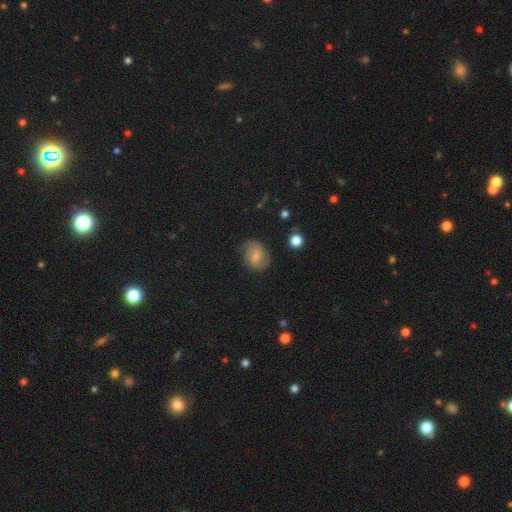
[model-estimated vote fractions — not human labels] This appears to be a smooth galaxy with no disk features (55%) that is round (49%, tied with in between). Merging: none (72%).